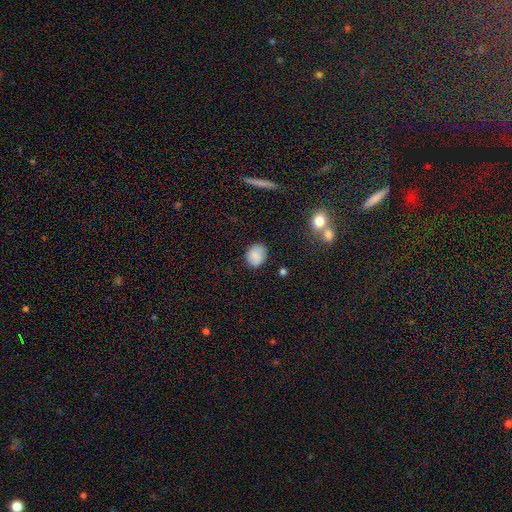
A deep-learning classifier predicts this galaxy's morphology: type=smooth (83%); roundness=round (67%); merging=none (81%).